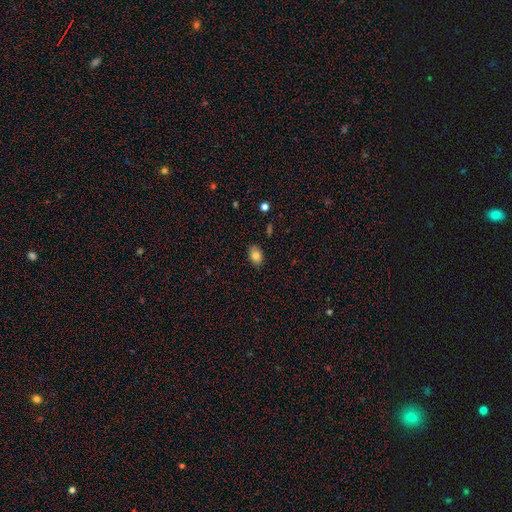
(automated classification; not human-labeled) Morphology: type=smooth (83%); roundness=in between (80%); merging=none (86%).